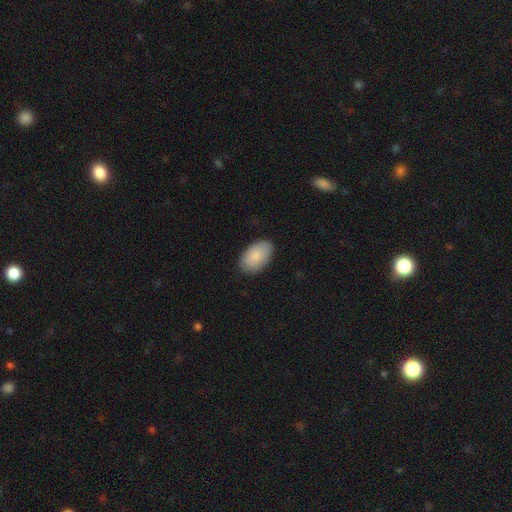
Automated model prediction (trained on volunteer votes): smooth-or-featured: smooth: 86% | featured or disk: 8% | star or artifact: 6%
  how-rounded: in between: 93% | round: 5% | cigar-shaped: 1%
  merging: none: 84% | minor disturbance: 12% | major disturbance: 2% | merger: 1%